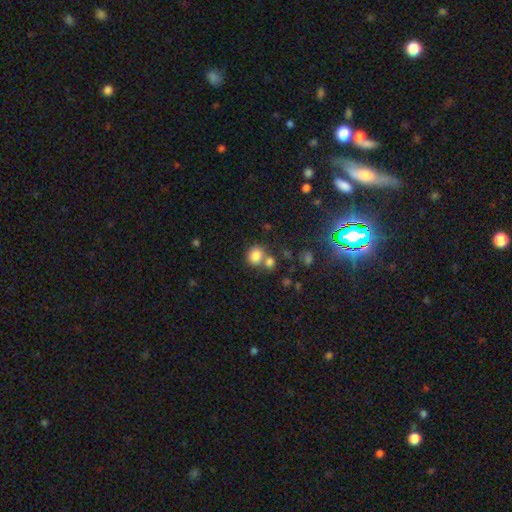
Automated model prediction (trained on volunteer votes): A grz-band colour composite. It shows a smooth galaxy with no disk features (81%) that is round (69%). Merging: none (51%).